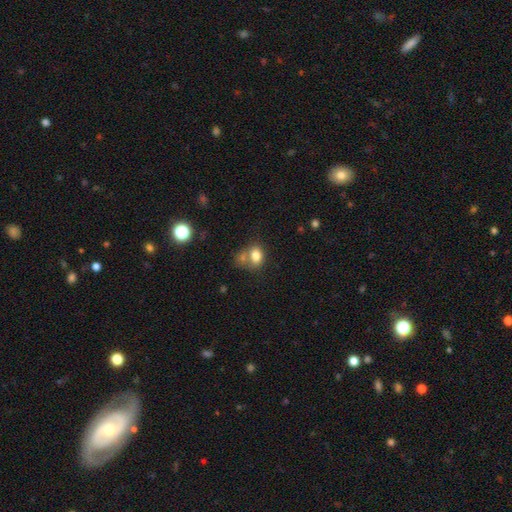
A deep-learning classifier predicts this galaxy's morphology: smooth_or_featured: smooth (p=0.78) [alt: featured or disk p=0.11]
how_rounded: in between (p=0.61) [alt: round p=0.38]
merging: none (p=0.41) [alt: merger p=0.35]